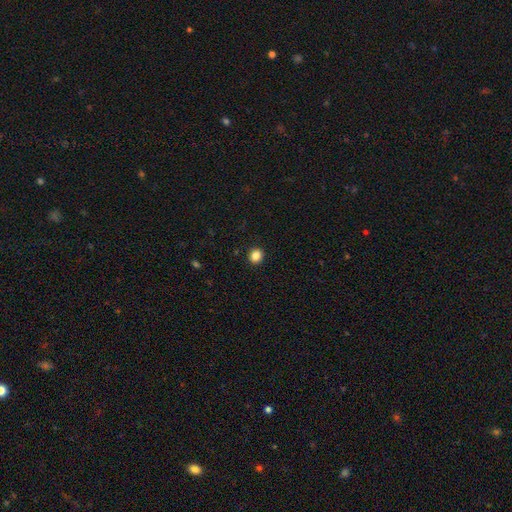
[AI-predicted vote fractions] smooth-or-featured: smooth: 85% | star or artifact: 11% | featured or disk: 4%
  how-rounded: round: 80% | in between: 19% | cigar-shaped: 1%
  merging: none: 92% | minor disturbance: 5% | major disturbance: 2% | merger: 1%